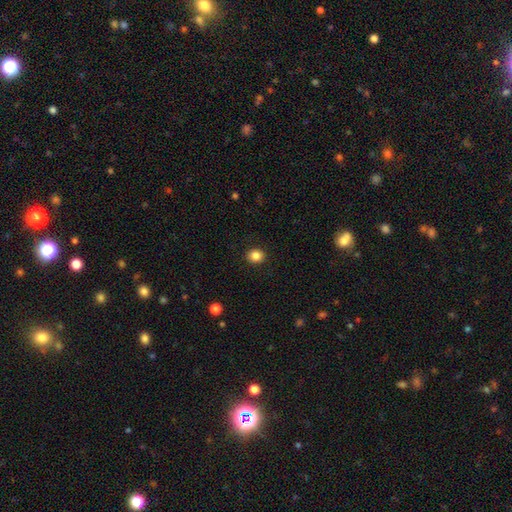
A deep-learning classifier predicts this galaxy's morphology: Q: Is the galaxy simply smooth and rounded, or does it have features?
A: smooth — 85%.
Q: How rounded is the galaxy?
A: round — 67%.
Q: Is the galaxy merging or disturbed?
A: none — 91%.